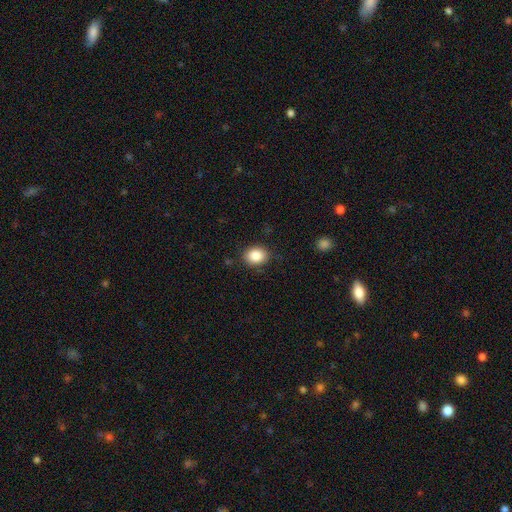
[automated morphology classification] smooth 86%, star or artifact 9%, featured or disk 5%. Down the decision tree: how rounded — round (51%); merging — none (85%).